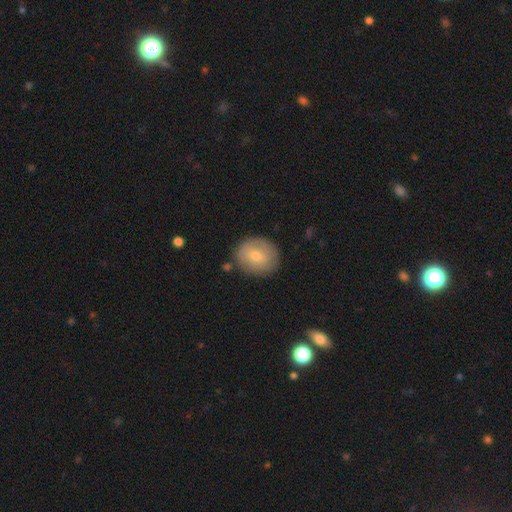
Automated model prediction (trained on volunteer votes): smooth-or-featured: smooth: 67% | featured or disk: 24% | star or artifact: 9%
  how-rounded: round: 75% | in between: 24% | cigar-shaped: 1%
  merging: none: 81% | minor disturbance: 13% | major disturbance: 3% | merger: 3%